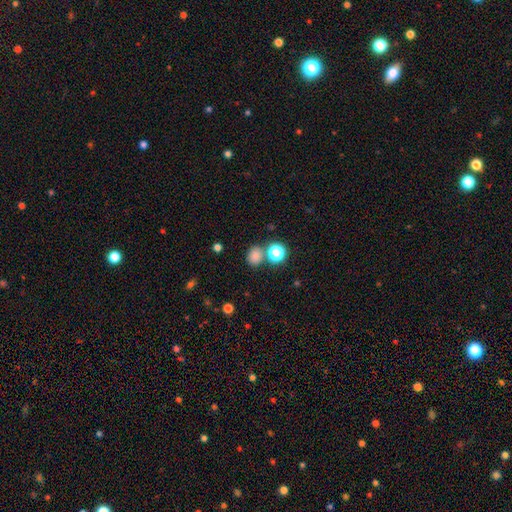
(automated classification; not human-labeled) Overall: smooth (78%). How rounded: round (69%; in between 30%). Merging: none (71%).